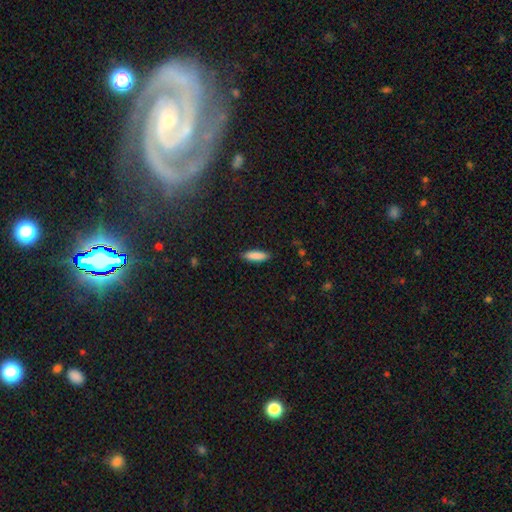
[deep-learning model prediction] smooth-or-featured: smooth: 88% | star or artifact: 6% | featured or disk: 6%
  how-rounded: cigar-shaped: 57% | in between: 42% | round: 2%
  merging: none: 88% | minor disturbance: 9% | major disturbance: 2% | merger: 1%